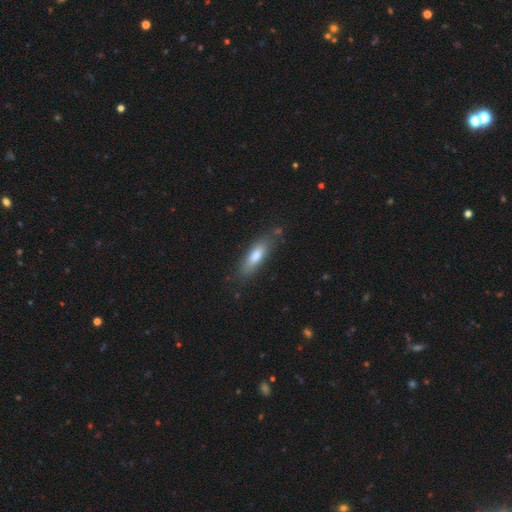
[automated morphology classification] smooth-or-featured: smooth: 72% | featured or disk: 22% | star or artifact: 7%
  how-rounded: cigar-shaped: 52% | in between: 46% | round: 2%
  merging: none: 79% | minor disturbance: 15% | major disturbance: 3% | merger: 2%